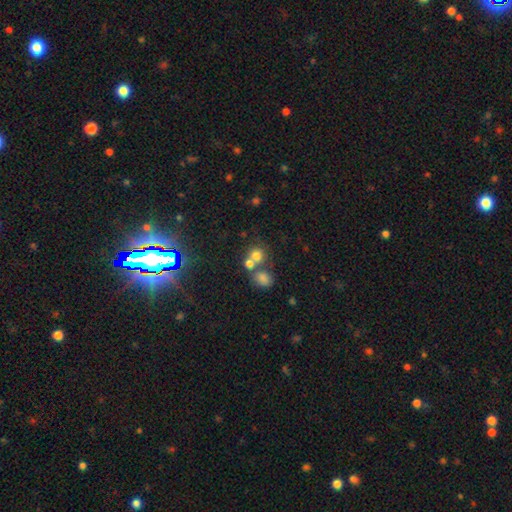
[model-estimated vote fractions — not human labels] A smooth galaxy with no disk features (71%) that is round (81%).

Vote fractions:
- Smooth or featured? smooth: 71% / star or artifact: 17% / featured or disk: 12%
- How rounded? round: 81% / in between: 18% / cigar-shaped: 1%
- Merging? none: 45% / merger: 42% / minor disturbance: 8% / major disturbance: 5%